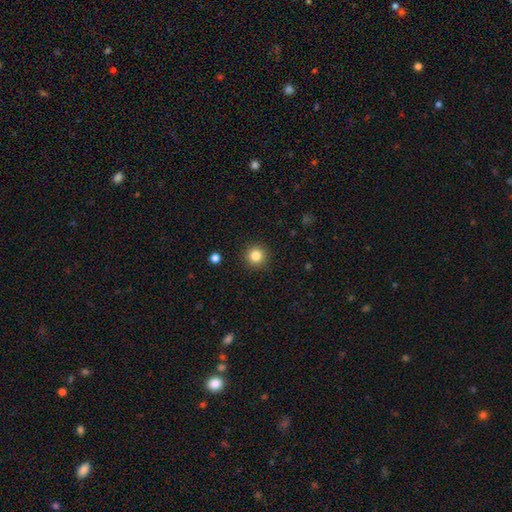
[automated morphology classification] Smooth or featured? smooth (83%)
How rounded? round (96%)
Merging? none (92%)